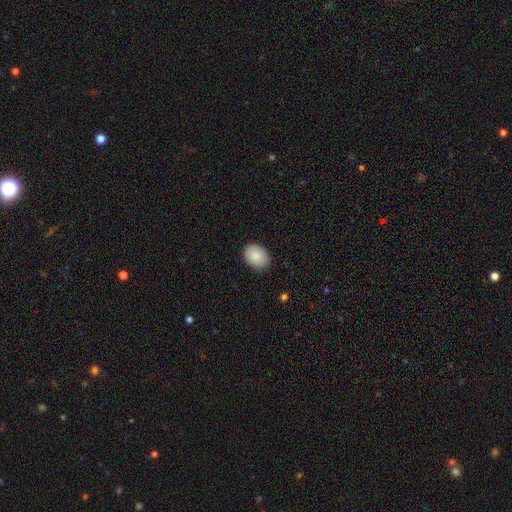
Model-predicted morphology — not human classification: This is clearly a smooth galaxy (86%). How rounded: likely in between (71%). Merging: clearly none (88%).